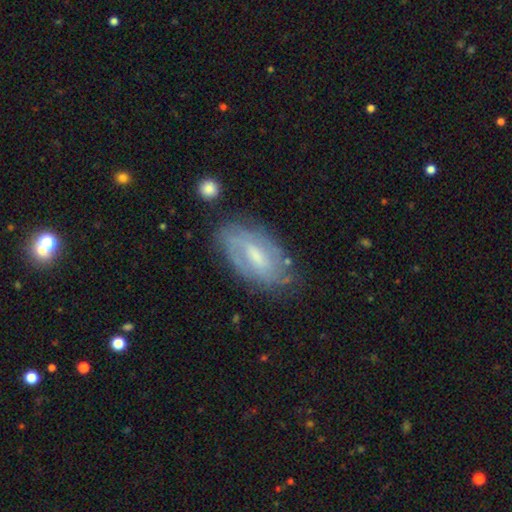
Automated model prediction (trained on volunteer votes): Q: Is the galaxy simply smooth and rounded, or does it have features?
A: featured or disk — 70%.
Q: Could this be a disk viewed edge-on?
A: no — 93%.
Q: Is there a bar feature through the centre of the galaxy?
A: weak — 56%.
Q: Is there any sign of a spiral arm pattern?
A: yes — 84%.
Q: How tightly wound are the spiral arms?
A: tight — 53%.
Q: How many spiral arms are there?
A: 2 — 41%.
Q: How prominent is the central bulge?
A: moderate — 44%.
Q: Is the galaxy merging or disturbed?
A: none — 70%.